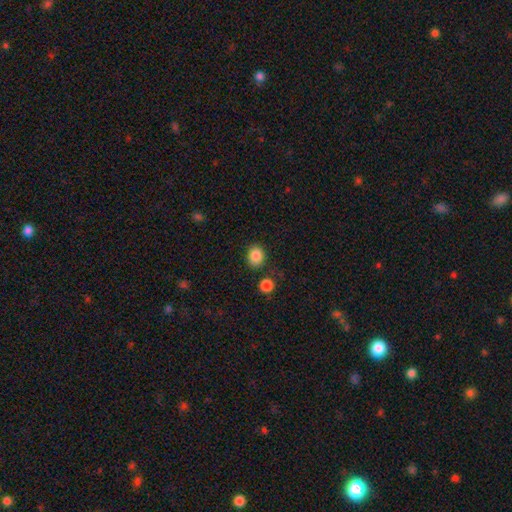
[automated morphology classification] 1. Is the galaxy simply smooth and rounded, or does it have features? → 86% smooth, 9% star or artifact, 5% featured or disk.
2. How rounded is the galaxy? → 64% round, 35% in between, 1% cigar-shaped.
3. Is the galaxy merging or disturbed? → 84% none, 9% minor disturbance, 4% merger, 3% major disturbance.